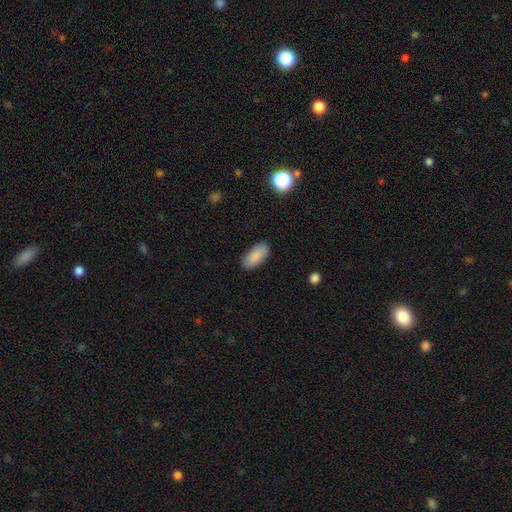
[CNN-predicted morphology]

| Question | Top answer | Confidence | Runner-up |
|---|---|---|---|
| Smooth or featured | smooth | 89% | star or artifact (7%) |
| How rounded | in between | 91% | cigar-shaped (7%) |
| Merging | none | 88% | minor disturbance (9%) |